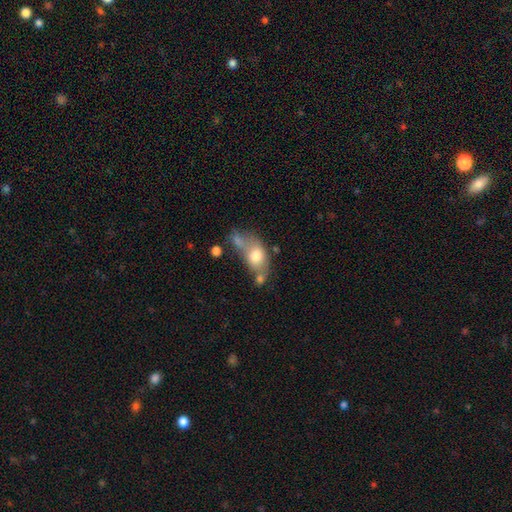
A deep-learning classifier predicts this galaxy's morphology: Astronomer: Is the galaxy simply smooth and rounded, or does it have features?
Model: smooth — 69%.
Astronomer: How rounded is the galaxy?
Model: in between — 76%.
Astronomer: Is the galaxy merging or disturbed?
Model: merger — 37% (runner-up: none, 28%).